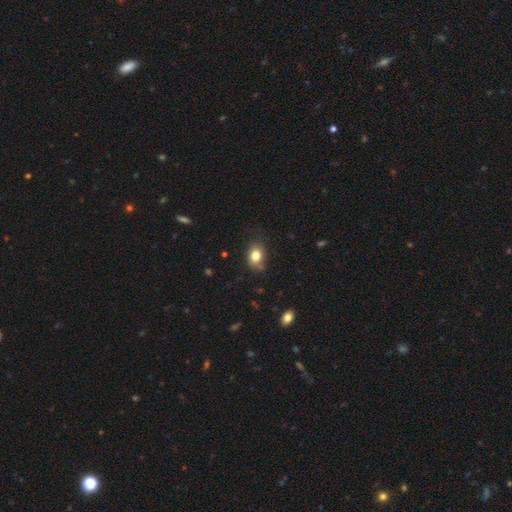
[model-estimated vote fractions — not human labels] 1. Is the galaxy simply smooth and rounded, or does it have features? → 82% smooth, 10% star or artifact, 9% featured or disk.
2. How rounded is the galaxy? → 68% in between, 31% round, 1% cigar-shaped.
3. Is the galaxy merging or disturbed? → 69% none, 23% minor disturbance, 5% major disturbance, 3% merger.